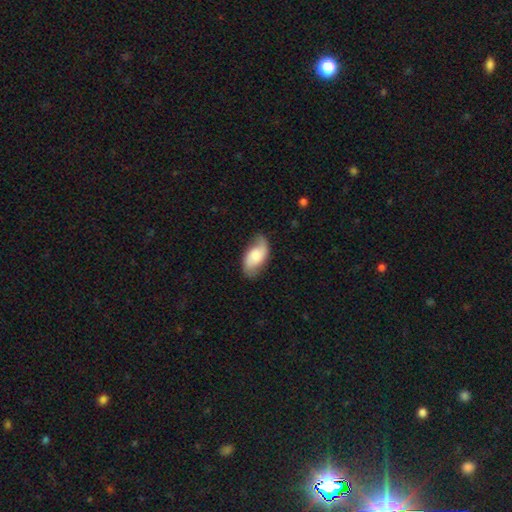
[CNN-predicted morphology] Overall: featured or disk (50%; smooth 43%). Edge-on disk: no (94%). Merging: none (68%).